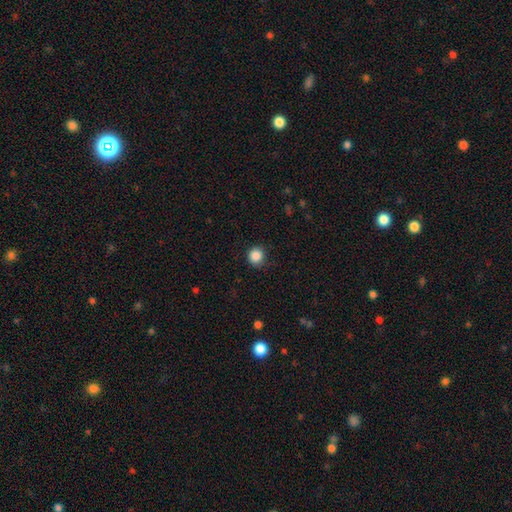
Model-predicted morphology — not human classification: This appears to be a smooth galaxy with no disk features (87%) that is round (91%). Merging: none (85%).